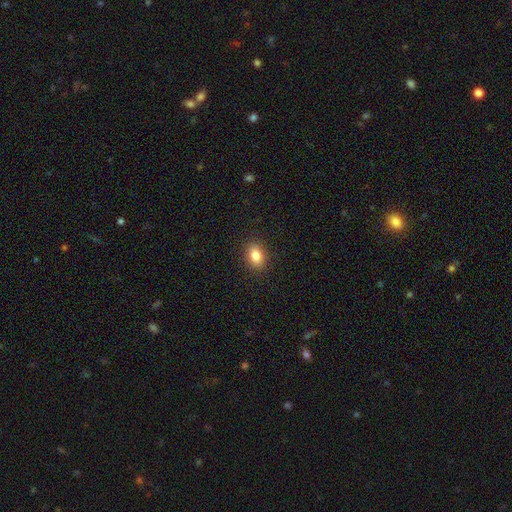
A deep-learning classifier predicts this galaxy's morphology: Q: Smooth or featured?
A: smooth (85%); runner-up: star or artifact (9%)
Q: How rounded?
A: in between (82%); runner-up: round (16%)
Q: Merging?
A: none (89%); runner-up: minor disturbance (8%)